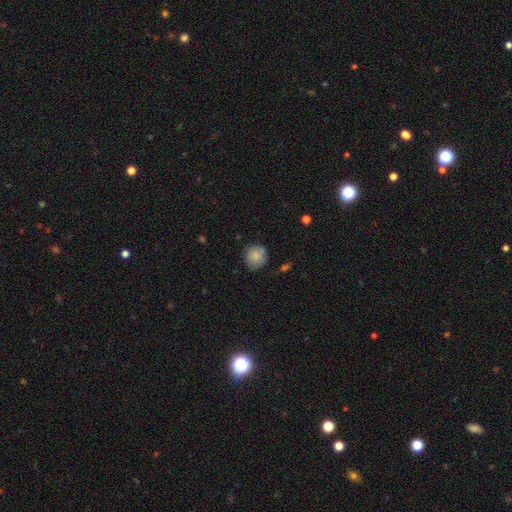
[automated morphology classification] Smooth or featured: smooth — 81% (featured or disk — 12%)
How rounded: round — 84% (in between — 15%)
Merging: none — 75% (minor disturbance — 19%)